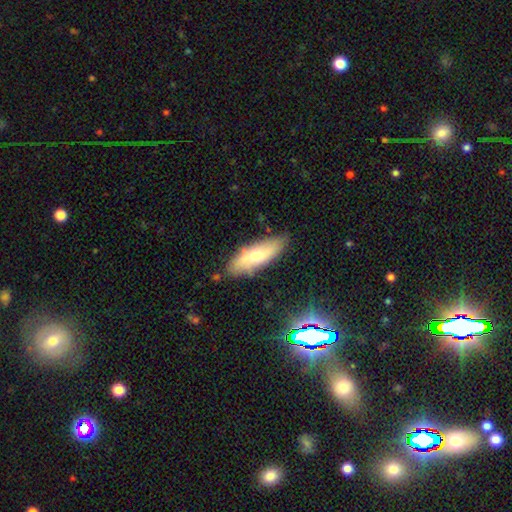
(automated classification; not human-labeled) Smooth or featured? smooth (59%)
How rounded? in between (60%)
Merging? none (77%)